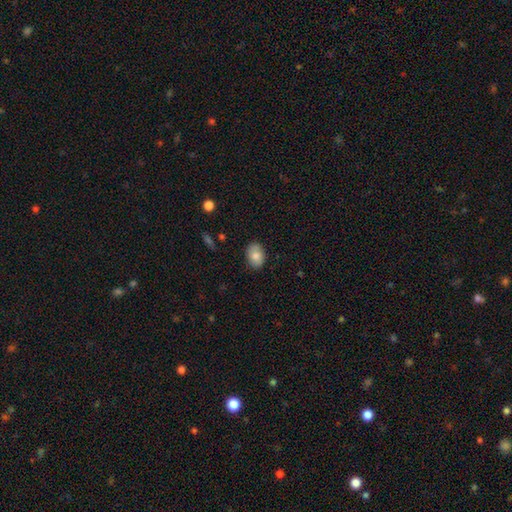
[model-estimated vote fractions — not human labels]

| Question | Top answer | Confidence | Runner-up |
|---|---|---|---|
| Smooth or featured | smooth | 83% | featured or disk (10%) |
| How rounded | in between | 78% | round (21%) |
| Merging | none | 82% | minor disturbance (14%) |